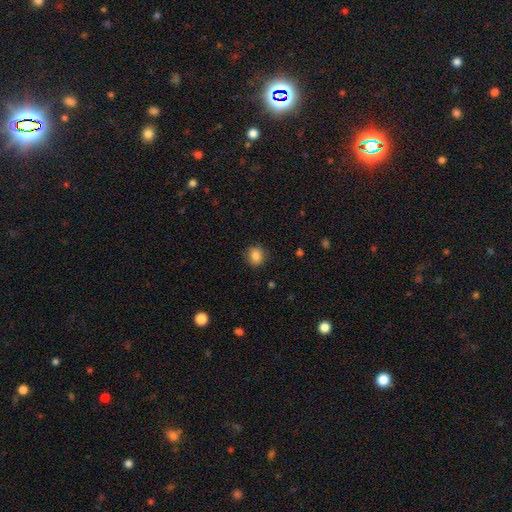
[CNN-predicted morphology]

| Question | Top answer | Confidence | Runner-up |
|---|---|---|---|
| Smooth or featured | smooth | 85% | star or artifact (10%) |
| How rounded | round | 75% | in between (24%) |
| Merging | none | 87% | minor disturbance (9%) |